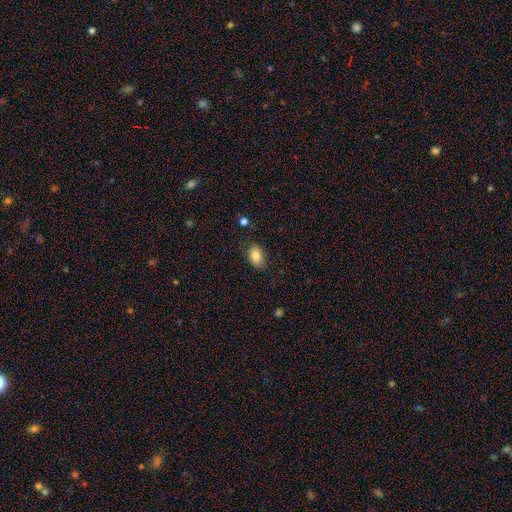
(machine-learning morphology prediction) This appears to be a smooth galaxy with no disk features (85%) that is in between round and cigar-shaped (89%). Merging: none (84%).